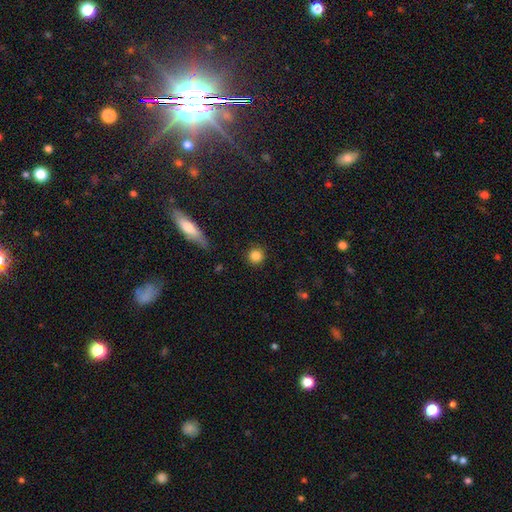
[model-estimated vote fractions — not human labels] The model was most divided on "smooth or featured": smooth: 85%, star or artifact: 10%, featured or disk: 5%. More confident: how rounded — round (94%); merging — none (90%).